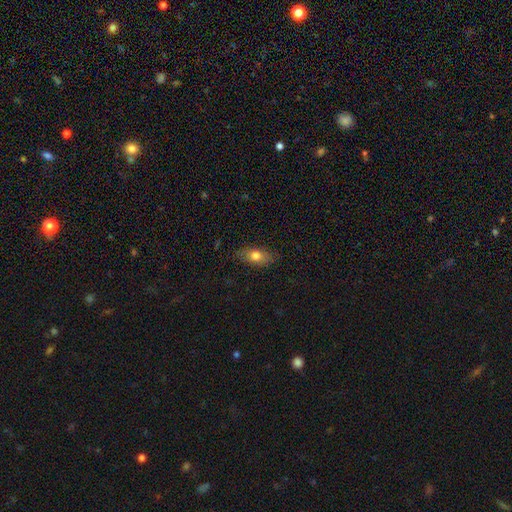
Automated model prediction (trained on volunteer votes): Smooth or featured? Predicted: smooth (p=0.72). How rounded? Predicted: in between (p=0.79). Merging? Predicted: none (p=0.82).